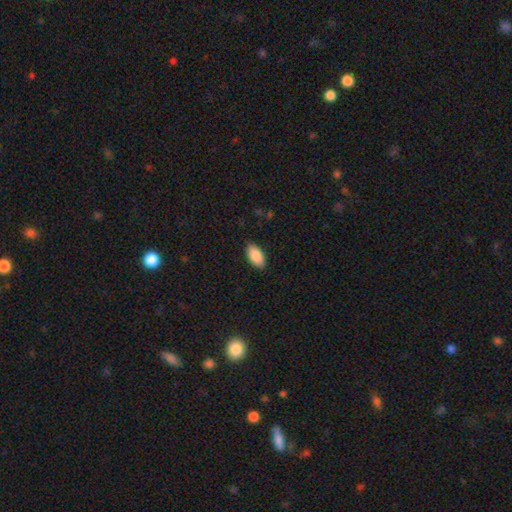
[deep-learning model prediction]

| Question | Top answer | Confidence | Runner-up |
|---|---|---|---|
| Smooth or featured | smooth | 89% | star or artifact (6%) |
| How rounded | in between | 94% | cigar-shaped (4%) |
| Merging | none | 88% | minor disturbance (9%) |